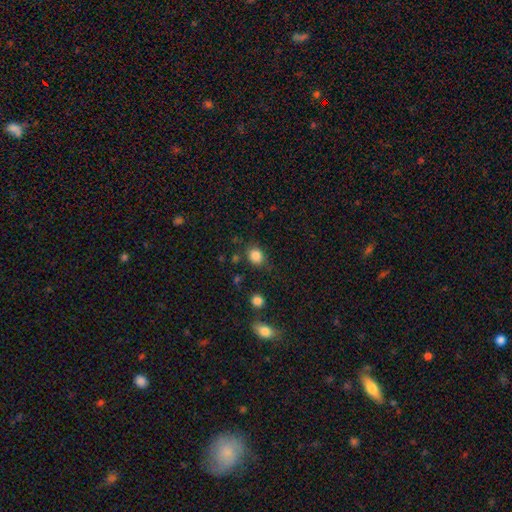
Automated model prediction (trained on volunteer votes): smooth-or-featured: smooth: 85% | star or artifact: 10% | featured or disk: 5%
  how-rounded: round: 65% | in between: 34% | cigar-shaped: 1%
  merging: none: 77% | minor disturbance: 15% | major disturbance: 5% | merger: 4%